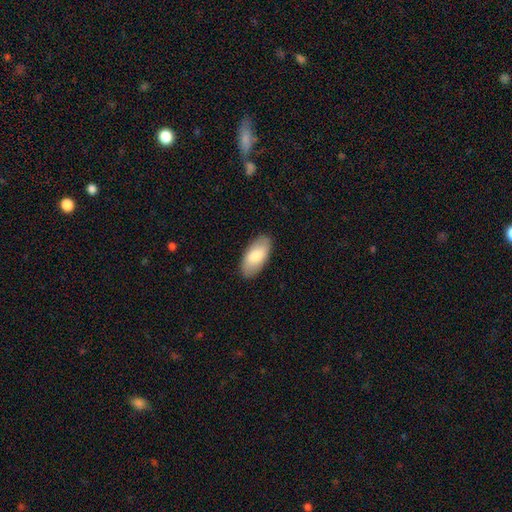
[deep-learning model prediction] Q: Smooth or featured?
A: smooth (78%); runner-up: featured or disk (16%)
Q: How rounded?
A: in between (94%); runner-up: cigar-shaped (4%)
Q: Merging?
A: none (88%); runner-up: minor disturbance (9%)